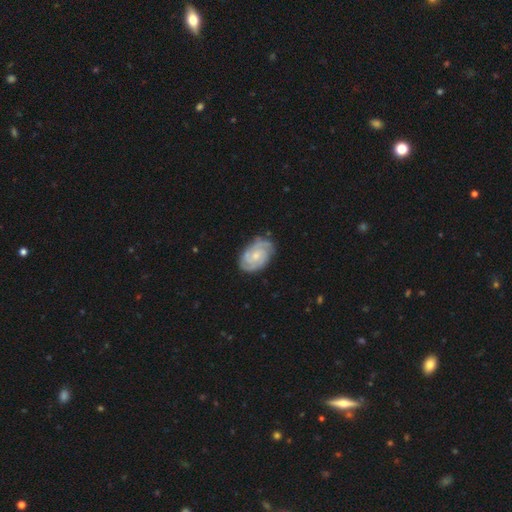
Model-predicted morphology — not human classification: Smooth or featured? featured or disk (83%)
Edge-on disk? no (97%)
Bar? no (69%)
Spiral arms? yes (97%)
Spiral winding? tight (66%)
Spiral arm count? 2 (37%)
Bulge size? small (61%)
Merging? none (77%)